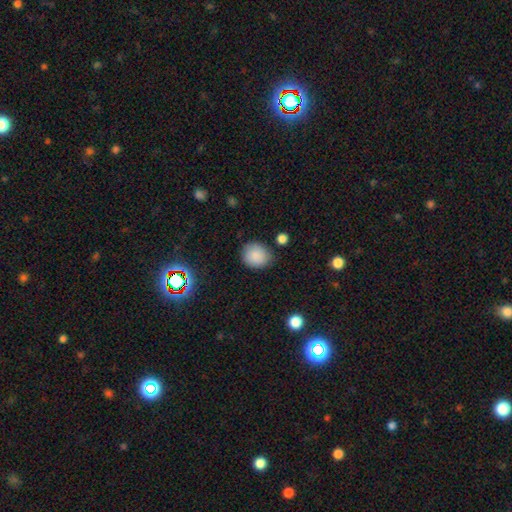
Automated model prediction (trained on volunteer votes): smooth-or-featured: smooth: 86% | star or artifact: 10% | featured or disk: 5%
  how-rounded: round: 73% | in between: 26% | cigar-shaped: 1%
  merging: none: 79% | minor disturbance: 15% | major disturbance: 3% | merger: 2%